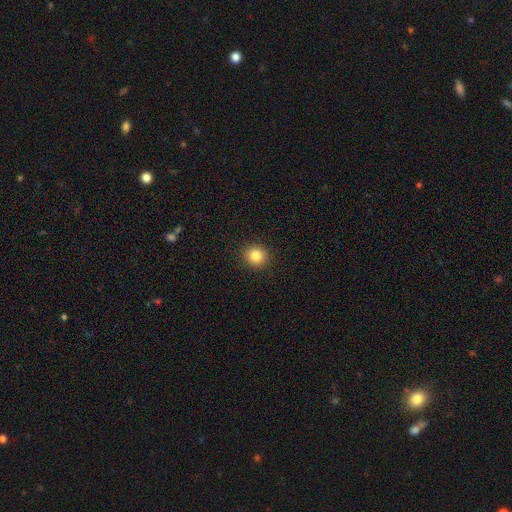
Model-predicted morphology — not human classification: smooth 84%, star or artifact 11%, featured or disk 6%. Down the decision tree: how rounded — round (90%); merging — none (92%).